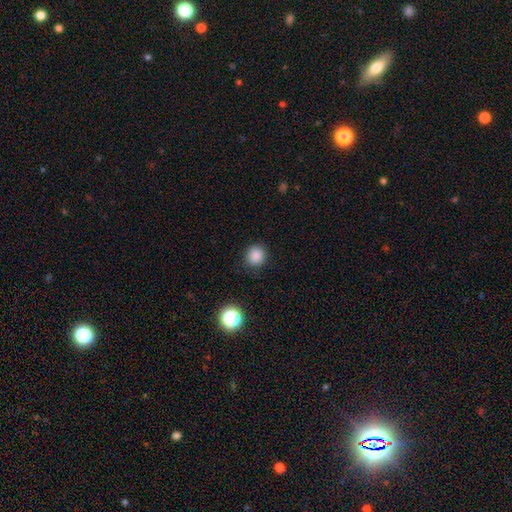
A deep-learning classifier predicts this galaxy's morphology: smooth 85%, star or artifact 12%, featured or disk 3%. Down the decision tree: how rounded — round (89%); merging — none (88%).